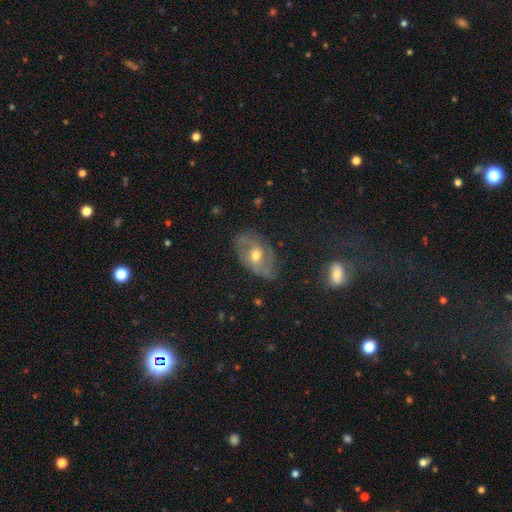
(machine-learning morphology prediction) Smooth or featured? Predicted: featured or disk (p=0.75). Edge-on disk? Predicted: no (p=0.95). Bar? Predicted: no (p=0.56). Spiral arms? Predicted: yes (p=0.86). Spiral winding? Predicted: medium (p=0.47). Spiral arm count? Predicted: 2 (p=0.66). Bulge size? Predicted: moderate (p=0.70). Merging? Predicted: none (p=0.70).